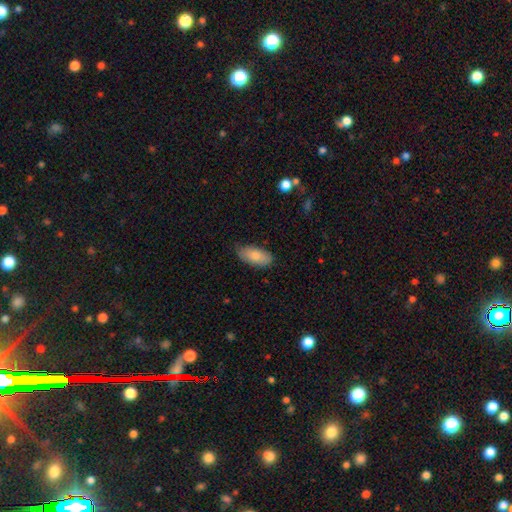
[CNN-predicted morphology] Smooth or featured: smooth — 80% (featured or disk — 14%)
How rounded: in between — 91% (cigar-shaped — 6%)
Merging: none — 75% (minor disturbance — 21%)